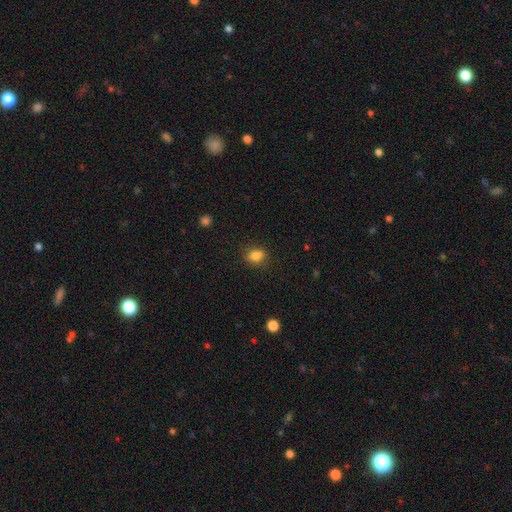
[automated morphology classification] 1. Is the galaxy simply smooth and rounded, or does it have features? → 83% smooth, 11% star or artifact, 6% featured or disk.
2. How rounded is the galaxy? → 58% in between, 40% round, 2% cigar-shaped.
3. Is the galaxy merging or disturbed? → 80% none, 14% minor disturbance, 4% major disturbance, 2% merger.